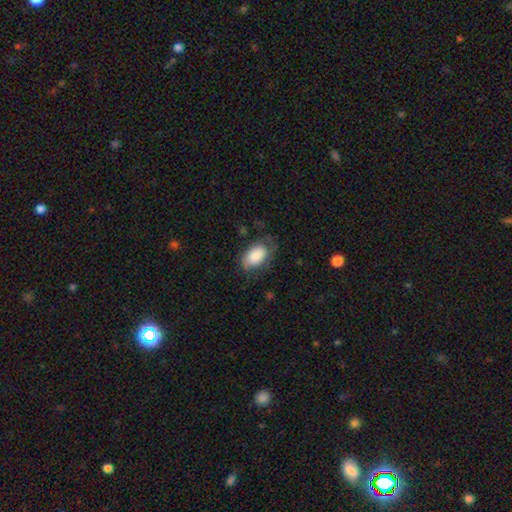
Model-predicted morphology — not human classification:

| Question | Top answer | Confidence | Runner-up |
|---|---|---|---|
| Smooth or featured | smooth | 74% | featured or disk (19%) |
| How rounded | in between | 91% | round (7%) |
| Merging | none | 53% | minor disturbance (28%) |